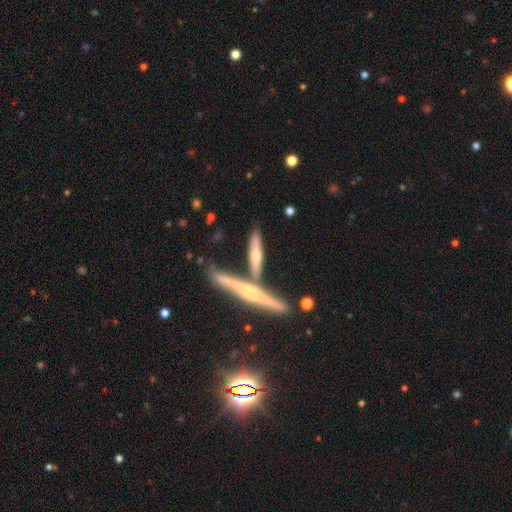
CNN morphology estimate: Overall: featured or disk (49%; smooth 44%). Merging: none (59%; merger 25%).